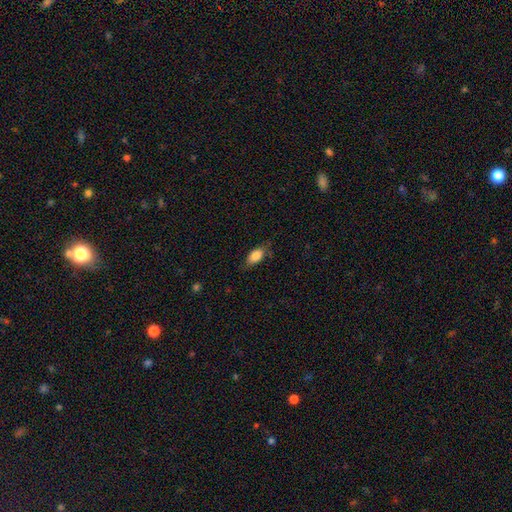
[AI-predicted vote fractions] This is clearly a smooth galaxy (83%). How rounded: clearly in between (88%). Merging: likely none (71%).